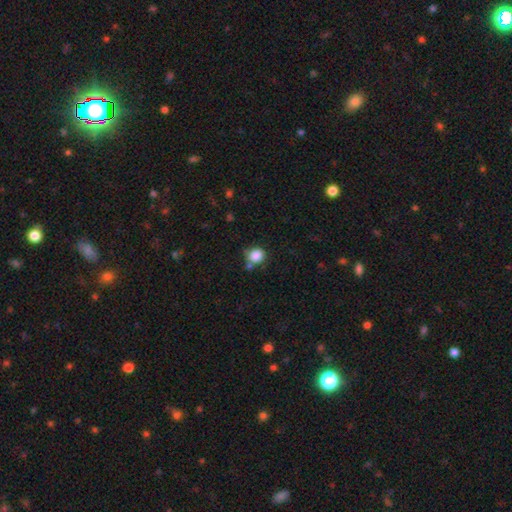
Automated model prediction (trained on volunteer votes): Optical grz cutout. It shows a smooth galaxy with no disk features (85%) that is round (83%). Merging: none (66%).